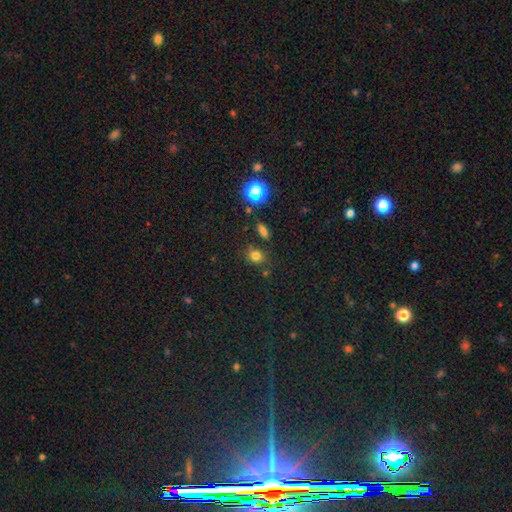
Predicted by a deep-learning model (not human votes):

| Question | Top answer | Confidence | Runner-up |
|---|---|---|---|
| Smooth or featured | smooth | 77% | star or artifact (17%) |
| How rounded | round | 63% | in between (36%) |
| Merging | none | 76% | minor disturbance (14%) |